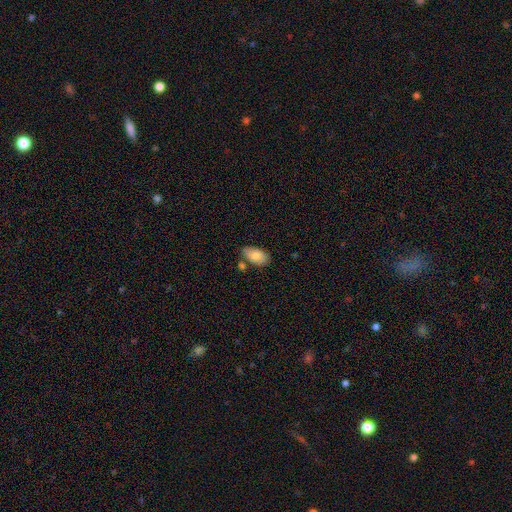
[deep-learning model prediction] smooth 82%, featured or disk 11%, star or artifact 7%. Down the decision tree: how rounded — in between (94%); merging — none (66%).